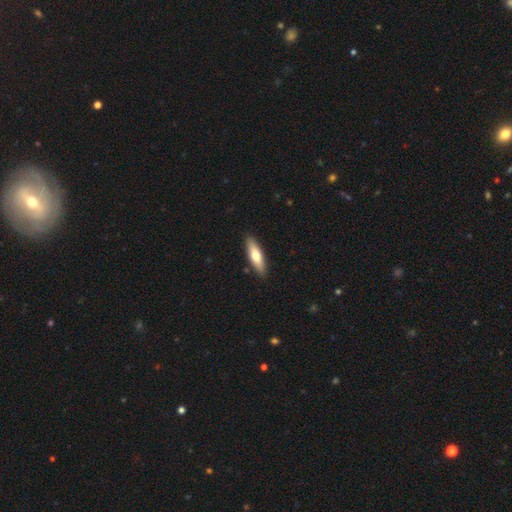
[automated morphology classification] smooth_or_featured: smooth (p=0.64) [alt: featured or disk p=0.31]
how_rounded: cigar-shaped (p=0.60) [alt: in between p=0.38]
merging: none (p=0.89) [alt: minor disturbance p=0.08]